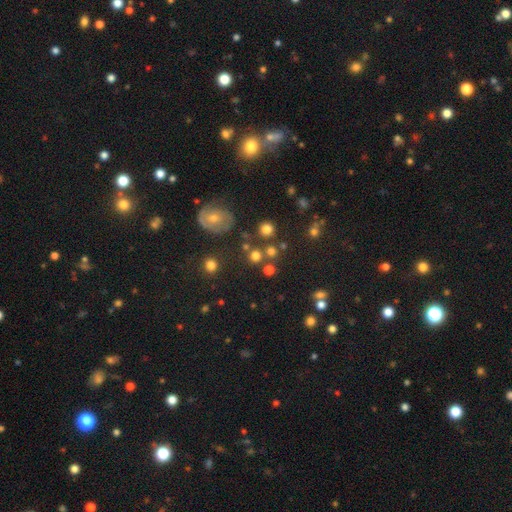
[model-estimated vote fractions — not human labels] This is likely a smooth galaxy (71%). How rounded: clearly round (89%). Merging: likely none (73%).